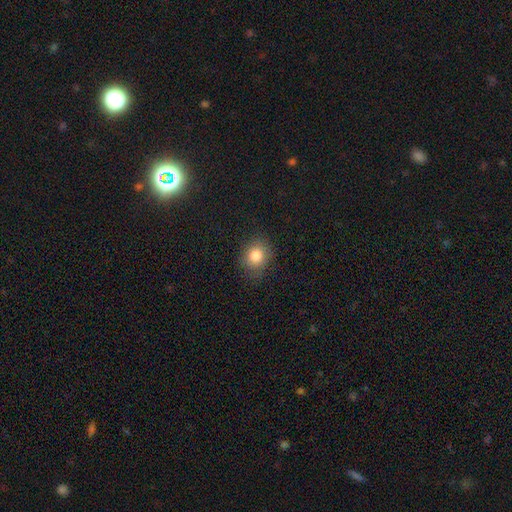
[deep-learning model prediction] Morphology: type=smooth (83%); roundness=round (67%); merging=none (81%).